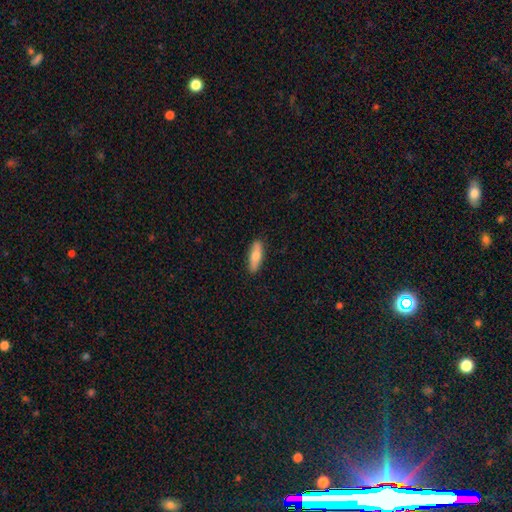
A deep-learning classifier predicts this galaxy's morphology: smooth 72%, featured or disk 22%, star or artifact 6%. Down the decision tree: how rounded — cigar-shaped (50%); merging — none (88%).